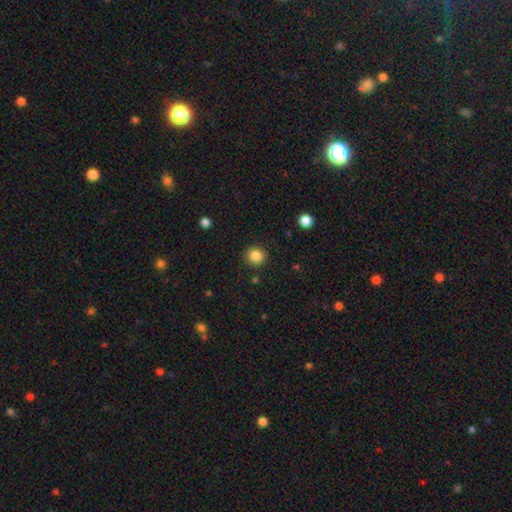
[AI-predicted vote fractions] Smooth or featured? Predicted: smooth (p=0.85). How rounded? Predicted: round (p=0.89). Merging? Predicted: none (p=0.90).